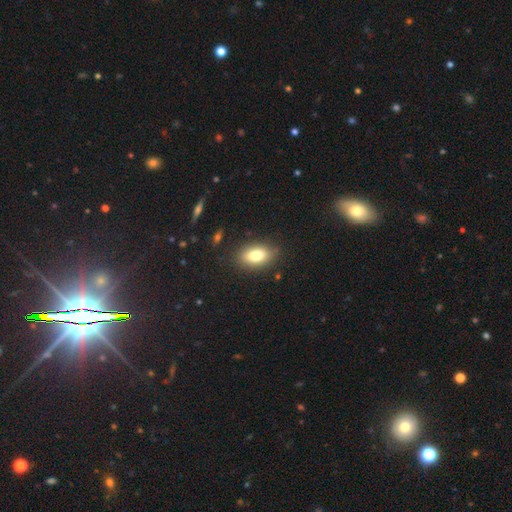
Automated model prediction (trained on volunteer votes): Smooth or featured: smooth — 81% (featured or disk — 11%)
How rounded: in between — 89% (round — 7%)
Merging: none — 83% (minor disturbance — 13%)